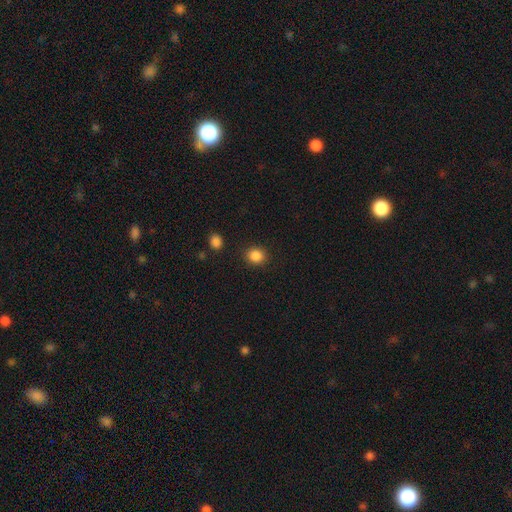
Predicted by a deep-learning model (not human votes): Smooth or featured?
  - smooth: 87% *
  - star or artifact: 10%
  - featured or disk: 3%
How rounded?
  - round: 78% *
  - in between: 21%
  - cigar-shaped: 1%
Merging?
  - none: 89% *
  - minor disturbance: 7%
  - major disturbance: 3%
  - merger: 2%